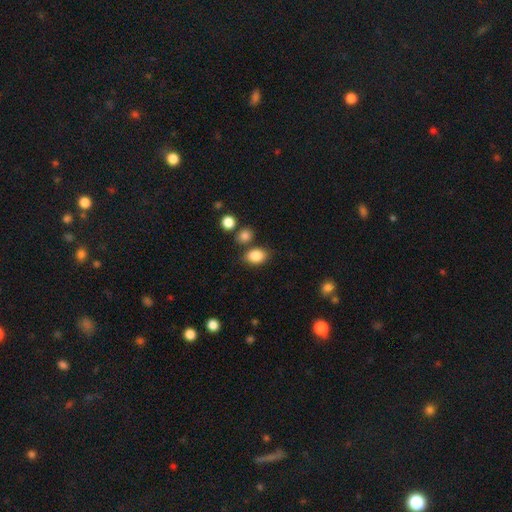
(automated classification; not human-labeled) smooth 86%, star or artifact 9%, featured or disk 5%. Down the decision tree: how rounded — in between (76%); merging — none (73%).